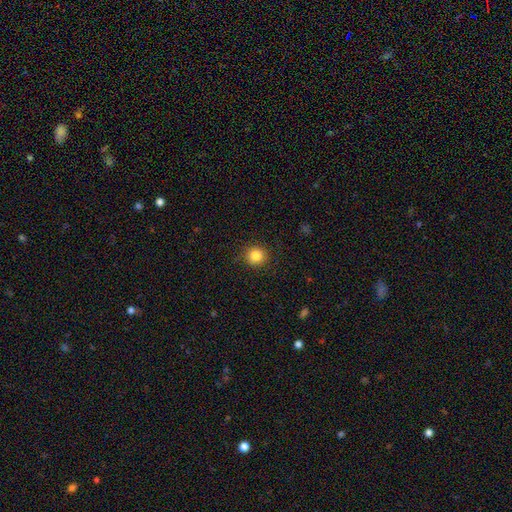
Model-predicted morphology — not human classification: The model was most divided on "smooth or featured": smooth: 84%, star or artifact: 11%, featured or disk: 5%. More confident: how rounded — round (93%); merging — none (91%).